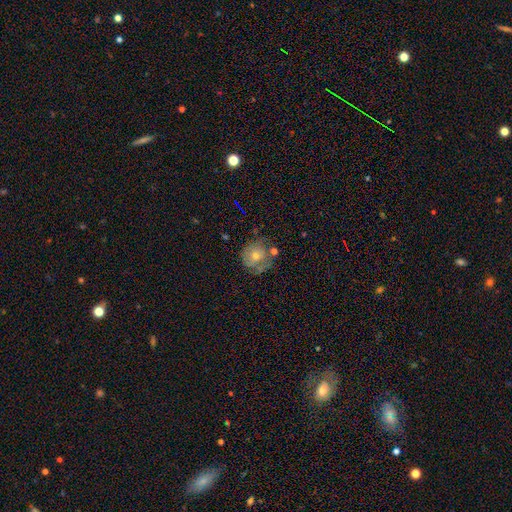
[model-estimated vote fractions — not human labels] Smooth or featured?
  - featured or disk: 53% *
  - smooth: 33%
  - star or artifact: 14%
Edge-on disk?
  - no: 96% *
  - yes: 4%
Bar?
  - no: 82% *
  - weak: 15%
  - strong: 3%
Spiral arms?
  - yes: 66% *
  - no: 34%
Bulge size?
  - moderate: 54% *
  - small: 40%
  - large: 3%
  - none: 2%
  - dominant: 1%
Merging?
  - none: 61% *
  - minor disturbance: 21%
  - major disturbance: 11%
  - merger: 7%